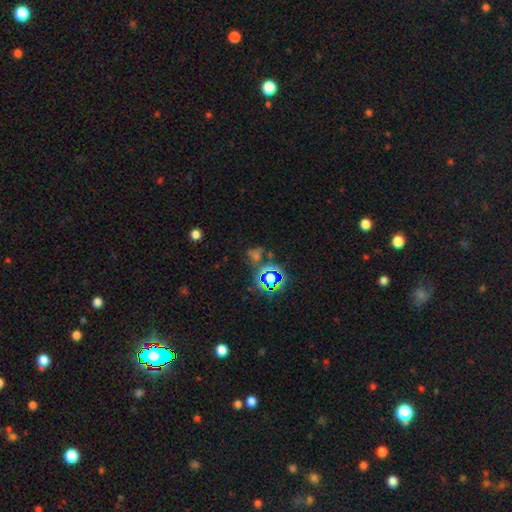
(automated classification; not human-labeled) The model was most divided on "smooth or featured": star or artifact: 63%, smooth: 25%, featured or disk: 12%.